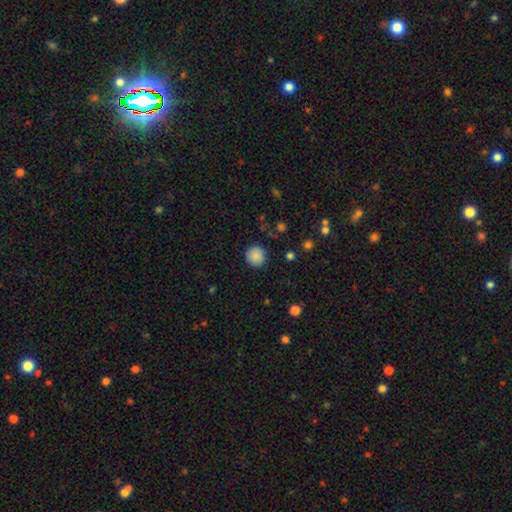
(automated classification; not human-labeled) Smooth or featured: smooth — 88% (star or artifact — 9%)
How rounded: round — 93% (in between — 6%)
Merging: none — 89% (minor disturbance — 7%)